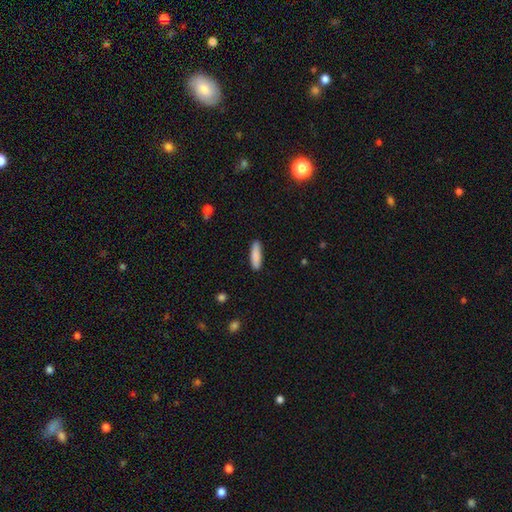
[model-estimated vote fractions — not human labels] This is clearly a smooth galaxy (87%). How rounded: likely cigar-shaped (66%). Merging: clearly none (88%).